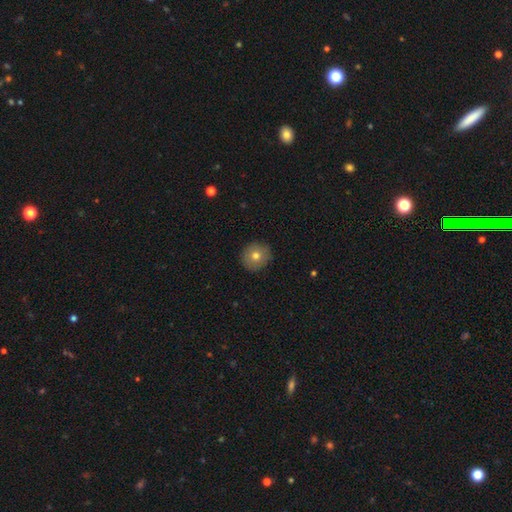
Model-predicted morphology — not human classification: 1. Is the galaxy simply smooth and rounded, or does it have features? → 73% smooth, 17% featured or disk, 10% star or artifact.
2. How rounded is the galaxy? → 89% round, 10% in between, 1% cigar-shaped.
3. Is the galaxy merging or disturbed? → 88% none, 9% minor disturbance, 2% major disturbance, 1% merger.